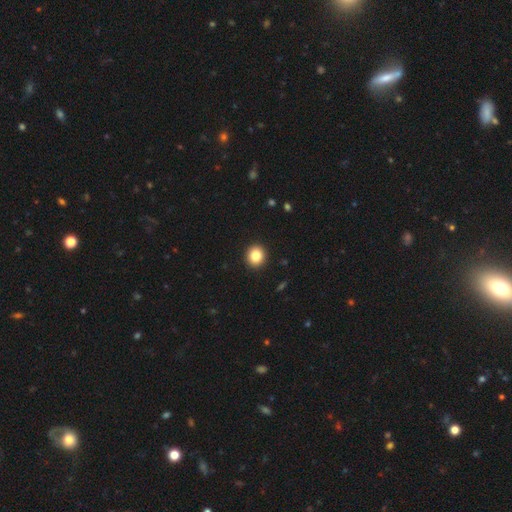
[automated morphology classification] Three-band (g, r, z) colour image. It shows a smooth galaxy with no disk features (85%) that is round (83%). Merging: none (93%).